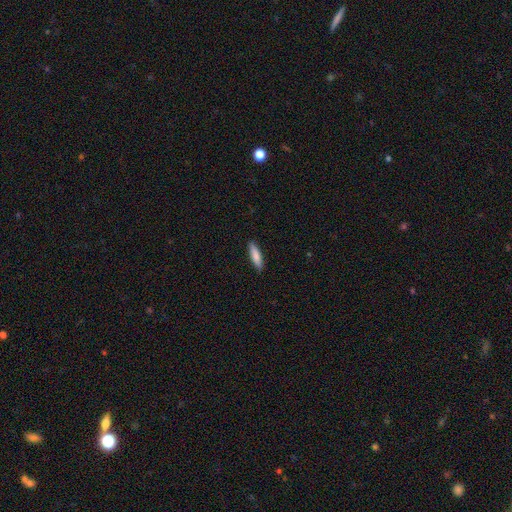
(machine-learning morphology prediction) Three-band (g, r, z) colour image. It shows a smooth galaxy with no disk features (84%) that is cigar-shaped (74%). Merging: none (89%).